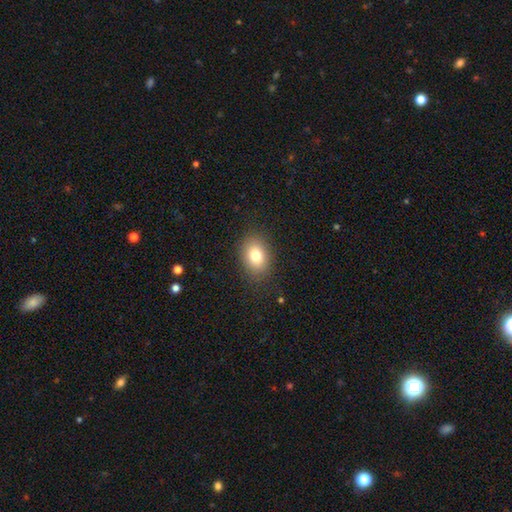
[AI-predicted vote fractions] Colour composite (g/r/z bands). It shows a smooth galaxy with no disk features (79%) that is in between round and cigar-shaped (73%). Merging: none (86%).